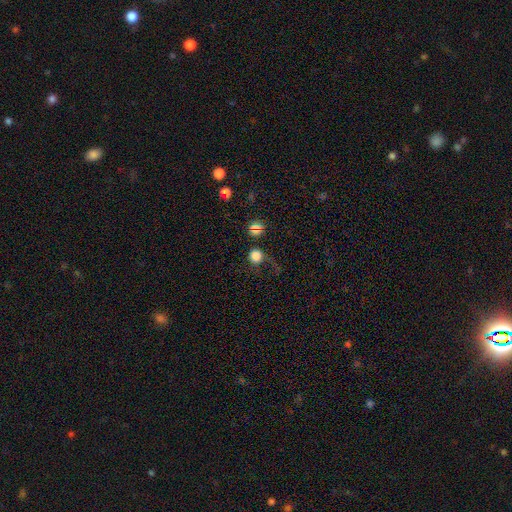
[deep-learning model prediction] smooth_or_featured: smooth (p=0.73) [alt: star or artifact p=0.17]
how_rounded: round (p=0.90) [alt: in between p=0.09]
merging: none (p=0.50) [alt: major disturbance p=0.26]